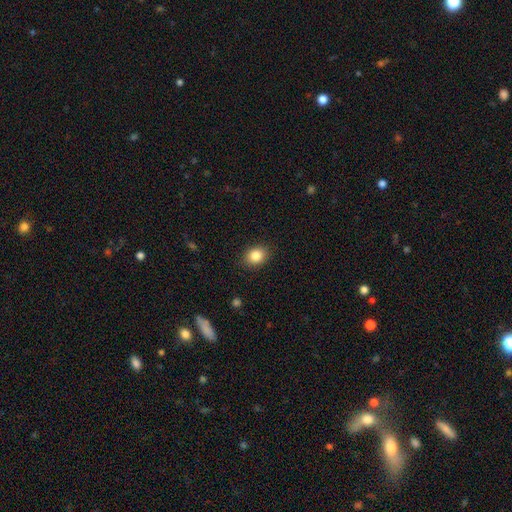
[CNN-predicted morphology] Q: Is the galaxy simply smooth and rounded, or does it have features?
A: smooth — 85%.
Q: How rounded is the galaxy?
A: in between — 54%.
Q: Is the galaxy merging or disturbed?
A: none — 87%.